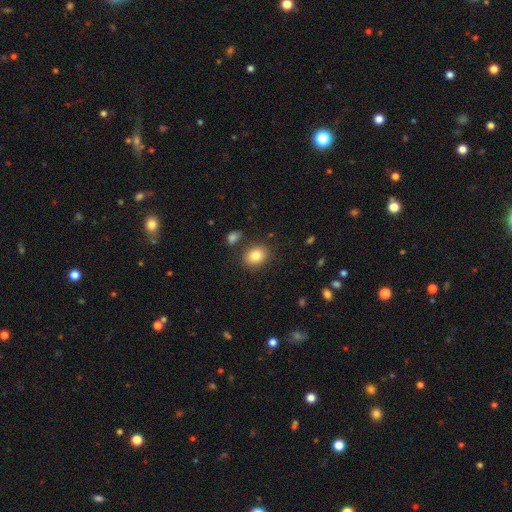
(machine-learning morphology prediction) smooth 83%, star or artifact 9%, featured or disk 8%. Down the decision tree: how rounded — in between (55%); merging — none (81%).